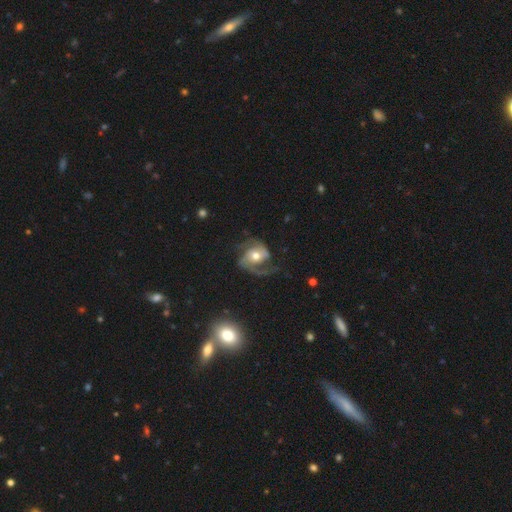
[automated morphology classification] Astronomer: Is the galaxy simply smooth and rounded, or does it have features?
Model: featured or disk — 84%.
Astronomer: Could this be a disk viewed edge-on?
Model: no — 97%.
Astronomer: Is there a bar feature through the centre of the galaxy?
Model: no — 62%.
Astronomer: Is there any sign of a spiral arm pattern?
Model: yes — 95%.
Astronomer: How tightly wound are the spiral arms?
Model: medium — 49% (runner-up: loose, 32%).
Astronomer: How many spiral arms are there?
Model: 2 — 76%.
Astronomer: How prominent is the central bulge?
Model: moderate — 72%.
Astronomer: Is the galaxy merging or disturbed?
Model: none — 59%.